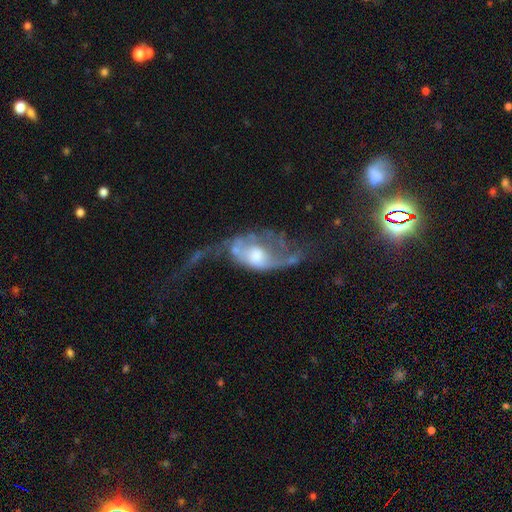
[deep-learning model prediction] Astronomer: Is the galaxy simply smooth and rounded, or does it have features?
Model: featured or disk — 72%.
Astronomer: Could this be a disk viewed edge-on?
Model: no — 93%.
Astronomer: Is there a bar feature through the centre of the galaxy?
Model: no — 67%.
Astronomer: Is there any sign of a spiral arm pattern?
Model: yes — 65%.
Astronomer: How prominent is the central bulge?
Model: moderate — 55%.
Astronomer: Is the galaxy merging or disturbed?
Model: major disturbance — 52%.